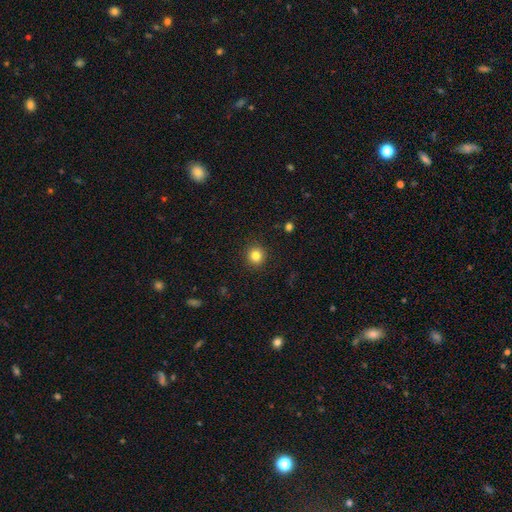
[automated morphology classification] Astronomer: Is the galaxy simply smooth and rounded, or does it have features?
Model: smooth — 82%.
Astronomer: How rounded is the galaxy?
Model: round — 93%.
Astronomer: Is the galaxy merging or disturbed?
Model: none — 92%.